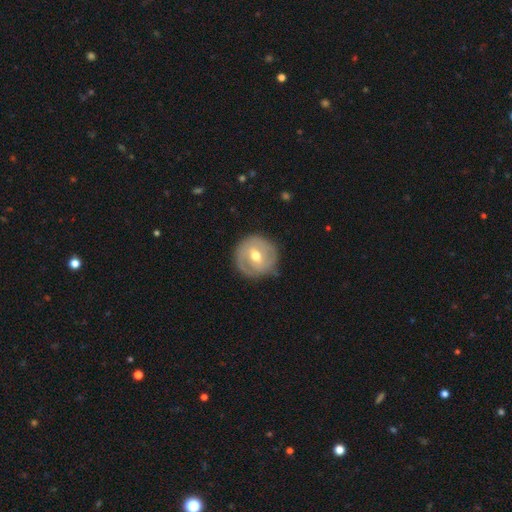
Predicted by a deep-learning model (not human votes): Q: Smooth or featured?
A: featured or disk (61%); runner-up: smooth (33%)
Q: Edge-on disk?
A: no (96%); runner-up: yes (4%)
Q: Bar?
A: weak (47%); runner-up: no (38%)
Q: Spiral arms?
A: yes (66%); runner-up: no (34%)
Q: Bulge size?
A: moderate (78%); runner-up: small (15%)
Q: Merging?
A: none (78%); runner-up: minor disturbance (16%)